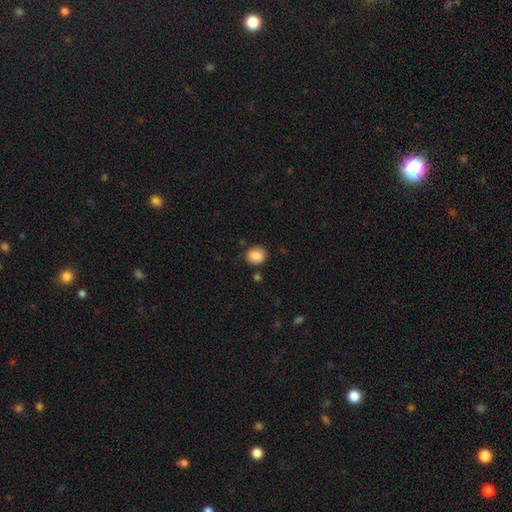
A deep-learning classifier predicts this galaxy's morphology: smooth 86%, star or artifact 9%, featured or disk 6%. Down the decision tree: how rounded — round (69%); merging — none (82%).